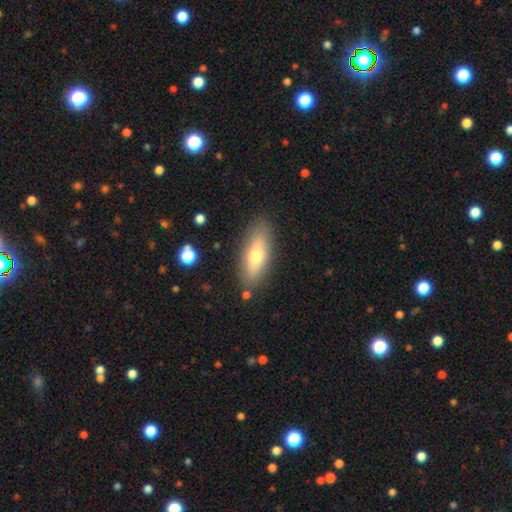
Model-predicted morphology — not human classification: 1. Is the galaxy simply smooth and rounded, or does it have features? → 64% smooth, 29% featured or disk, 7% star or artifact.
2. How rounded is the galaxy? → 68% in between, 29% cigar-shaped, 3% round.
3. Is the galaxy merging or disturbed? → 84% none, 11% minor disturbance, 3% major disturbance, 2% merger.